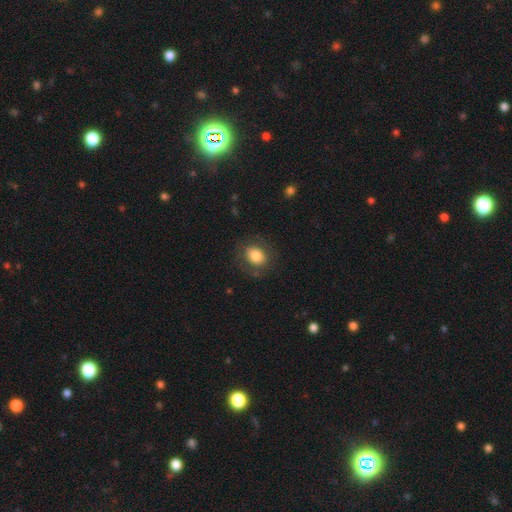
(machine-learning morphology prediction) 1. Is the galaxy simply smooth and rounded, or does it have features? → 77% smooth, 15% featured or disk, 8% star or artifact.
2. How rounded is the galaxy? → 57% round, 42% in between, 1% cigar-shaped.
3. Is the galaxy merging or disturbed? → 78% none, 14% minor disturbance, 7% major disturbance, 1% merger.